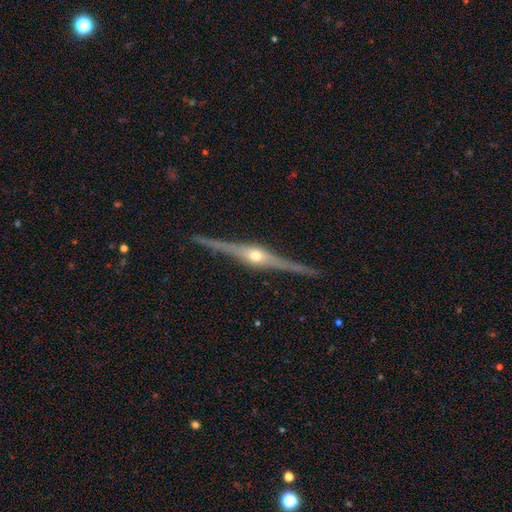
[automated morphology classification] A featured or disk galaxy (87%) viewed edge-on (98%) with a rounded central bulge (94%). Merging: none (87%).